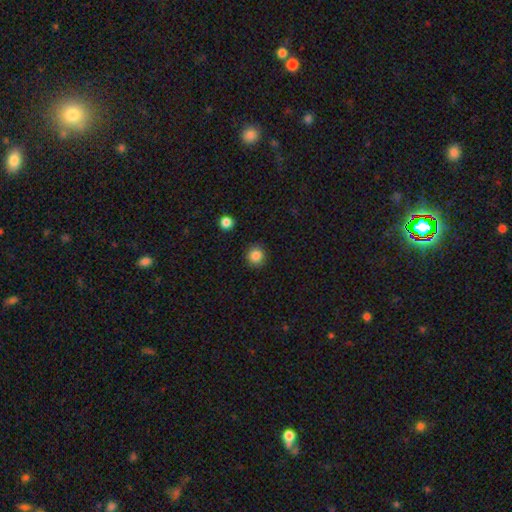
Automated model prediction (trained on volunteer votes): smooth 85%, star or artifact 10%, featured or disk 5%. Down the decision tree: how rounded — round (92%); merging — none (91%).